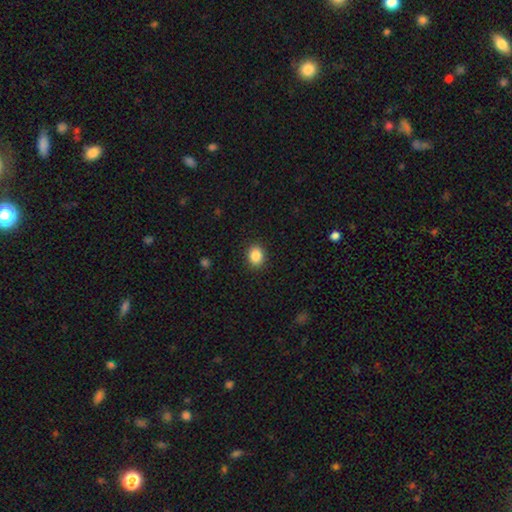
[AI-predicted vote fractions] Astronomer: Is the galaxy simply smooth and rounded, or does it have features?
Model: smooth — 87%.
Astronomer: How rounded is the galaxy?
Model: round — 60% (runner-up: in between, 39%).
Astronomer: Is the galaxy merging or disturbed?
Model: none — 90%.